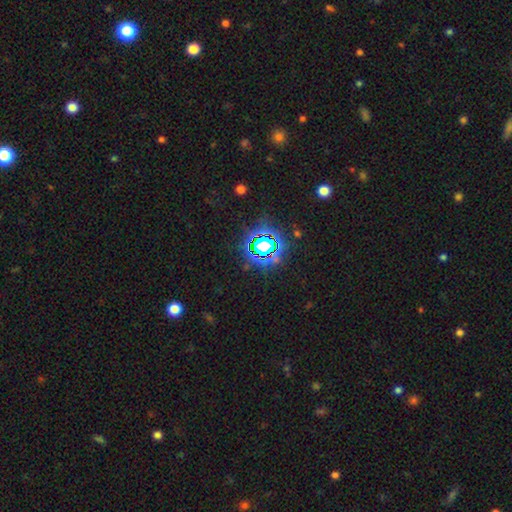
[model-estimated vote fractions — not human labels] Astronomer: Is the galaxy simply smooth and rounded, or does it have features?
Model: star or artifact — 81%.